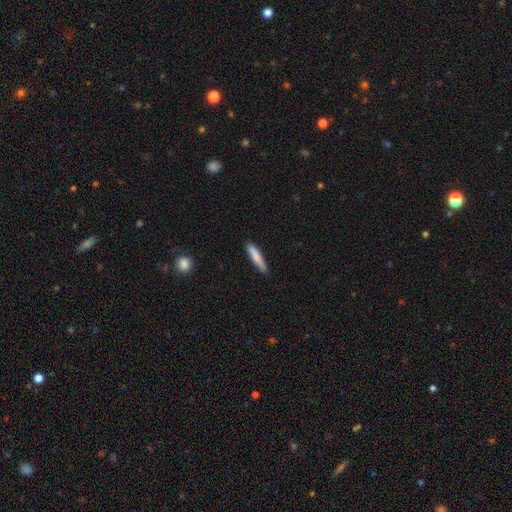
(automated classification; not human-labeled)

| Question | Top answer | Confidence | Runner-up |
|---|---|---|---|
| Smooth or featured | smooth | 81% | featured or disk (13%) |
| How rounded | cigar-shaped | 90% | in between (9%) |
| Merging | none | 83% | minor disturbance (14%) |